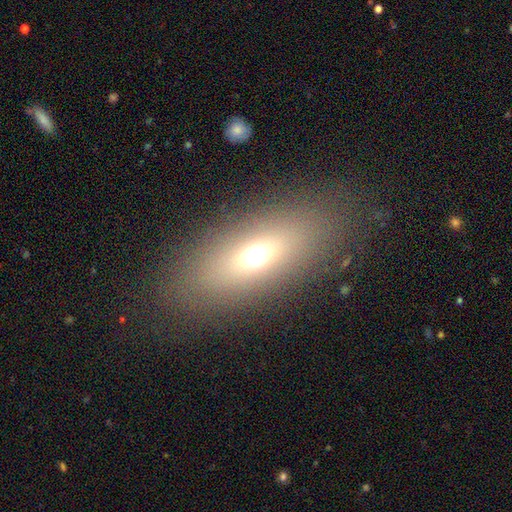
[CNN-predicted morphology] smooth_or_featured: smooth (p=0.61) [alt: featured or disk p=0.22]
how_rounded: in between (p=0.78) [alt: cigar-shaped p=0.11]
merging: none (p=0.81) [alt: minor disturbance p=0.10]